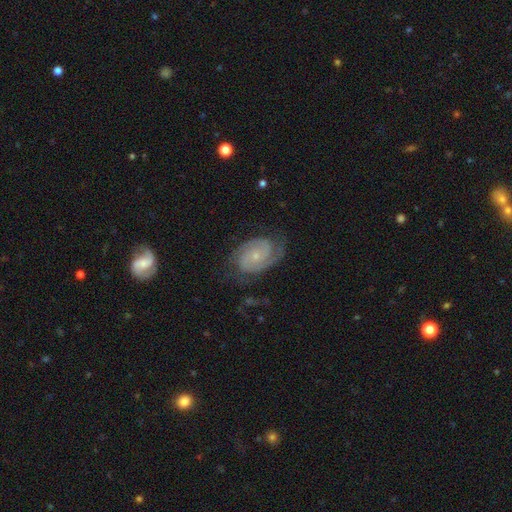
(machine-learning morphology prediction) Overall: featured or disk (86%). Edge-on disk: no (97%). Bar: no (71%). Spiral arms: yes (97%). Spiral arm count: 2 (79%). Spiral winding: tight (57%; medium 34%). Bulge size: small (75%). Merging: none (72%).